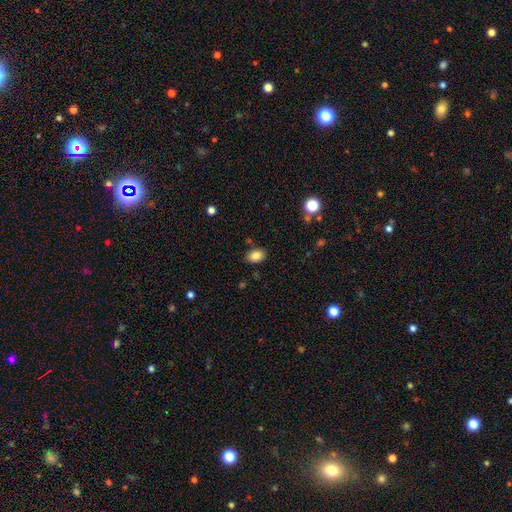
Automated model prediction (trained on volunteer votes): Smooth or featured?
  - smooth: 85% *
  - star or artifact: 9%
  - featured or disk: 6%
How rounded?
  - in between: 83% *
  - round: 16%
  - cigar-shaped: 1%
Merging?
  - none: 84% *
  - minor disturbance: 11%
  - merger: 3%
  - major disturbance: 3%